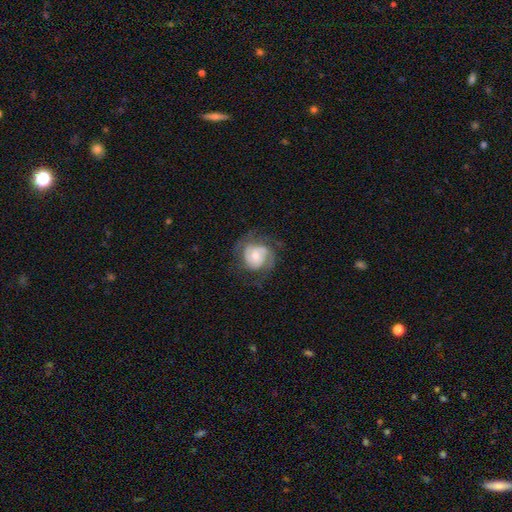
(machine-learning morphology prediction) A featured or disk galaxy (73%) with no bar (64%), 2 (55%) tight (46%) spiral arms (89%) and a moderate central bulge (52%).

Vote fractions:
- Smooth or featured? featured or disk: 73% / smooth: 21% / star or artifact: 6%
- Edge-on disk? no: 98% / yes: 2%
- Bar? no: 64% / weak: 29% / strong: 7%
- Spiral arms? yes: 89% / no: 11%
- Spiral winding? tight: 46% / medium: 39% / loose: 15%
- Spiral arm count? 2: 55% / can't tell: 21% / 3: 13% / 1: 6% / 4: 3% / more than 4: 3%
- Bulge size? moderate: 52% / small: 40% / large: 5% / none: 2% / dominant: 1%
- Merging? none: 64% / minor disturbance: 19% / major disturbance: 15% / merger: 1%